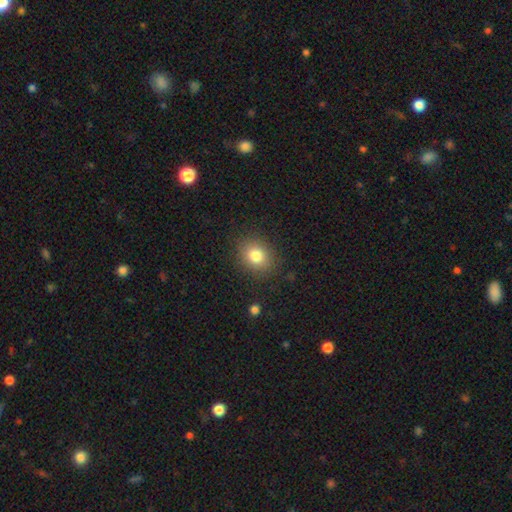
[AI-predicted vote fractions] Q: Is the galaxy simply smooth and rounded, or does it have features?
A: smooth — 81%.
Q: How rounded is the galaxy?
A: round — 67%.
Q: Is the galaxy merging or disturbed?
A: none — 86%.